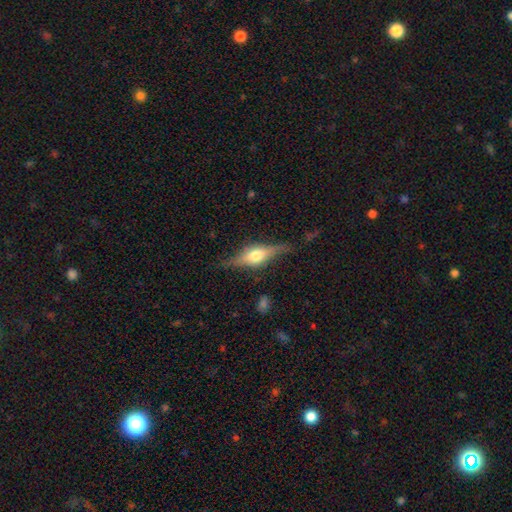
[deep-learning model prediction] Q: Smooth or featured?
A: featured or disk (69%); runner-up: smooth (24%)
Q: Edge-on disk?
A: yes (94%); runner-up: no (6%)
Q: Edge-on bulge?
A: rounded (91%); runner-up: boxy (7%)
Q: Merging?
A: none (79%); runner-up: minor disturbance (14%)